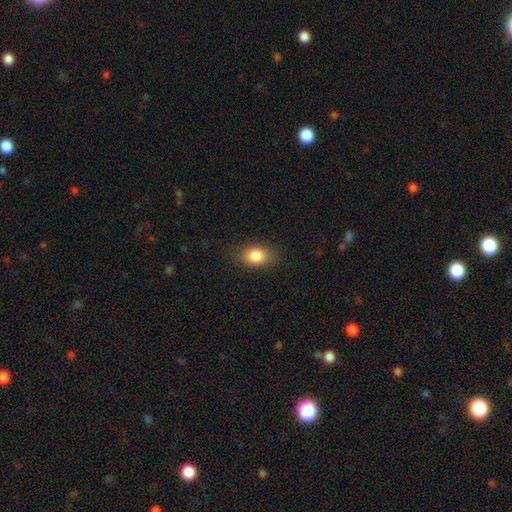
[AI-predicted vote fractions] Morphology: type=smooth (85%); roundness=in between (79%); merging=none (85%).